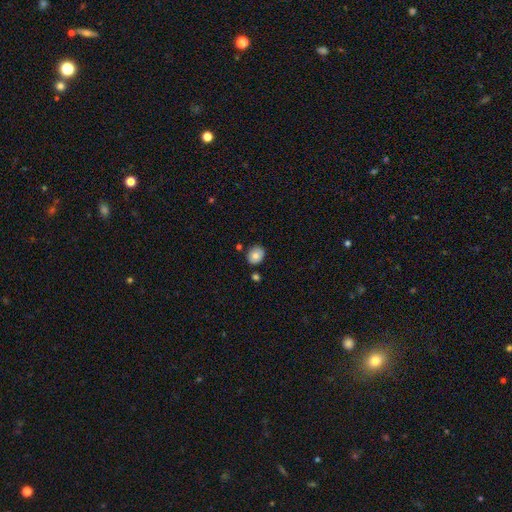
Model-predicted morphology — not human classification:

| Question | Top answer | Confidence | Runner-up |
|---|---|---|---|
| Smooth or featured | smooth | 80% | featured or disk (11%) |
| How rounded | round | 63% | in between (36%) |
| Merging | none | 82% | minor disturbance (11%) |